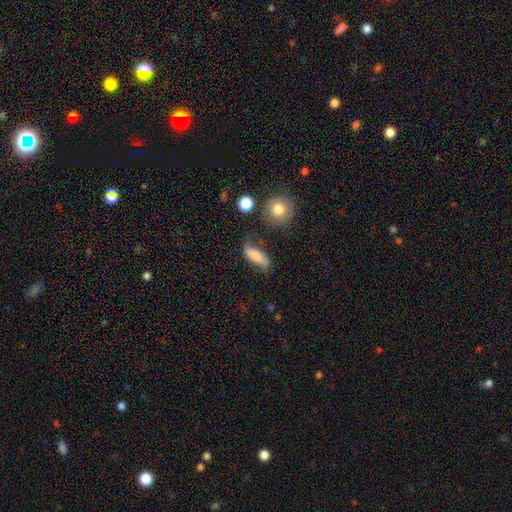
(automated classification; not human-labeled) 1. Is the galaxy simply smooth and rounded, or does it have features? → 81% smooth, 11% featured or disk, 8% star or artifact.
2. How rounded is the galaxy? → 61% in between, 34% cigar-shaped, 5% round.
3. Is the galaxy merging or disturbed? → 61% none, 24% minor disturbance, 9% major disturbance, 6% merger.